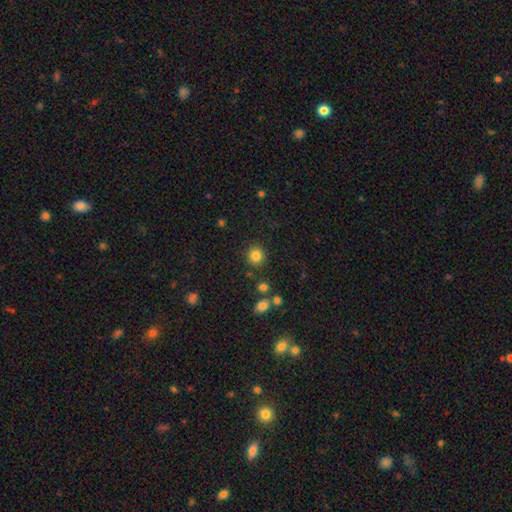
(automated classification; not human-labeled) Smooth or featured? smooth (83%)
How rounded? round (91%)
Merging? none (87%)